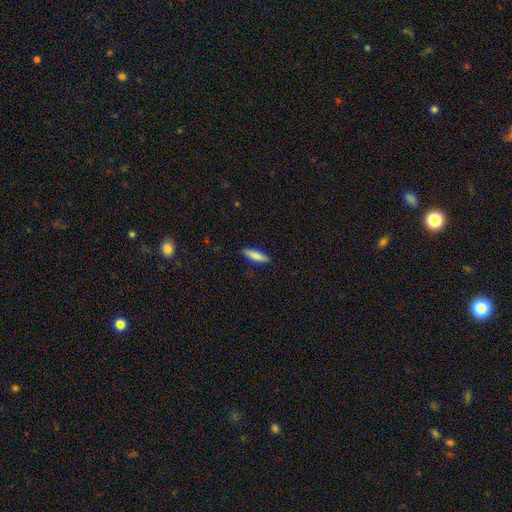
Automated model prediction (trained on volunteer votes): Overall: smooth (85%). How rounded: cigar-shaped (68%; in between 30%). Merging: none (88%).